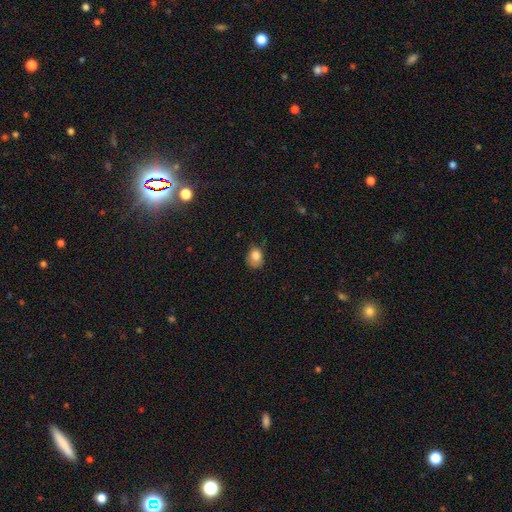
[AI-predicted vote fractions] Smooth or featured: smooth — 82% (star or artifact — 10%)
How rounded: in between — 50% (round — 49%)
Merging: none — 56% (minor disturbance — 32%)